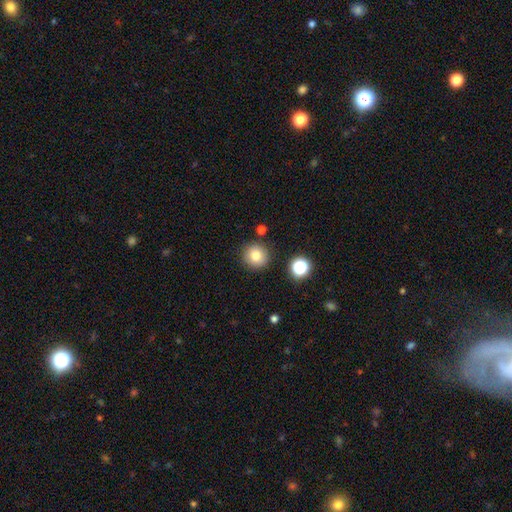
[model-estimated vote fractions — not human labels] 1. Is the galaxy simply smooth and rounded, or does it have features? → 80% smooth, 12% star or artifact, 8% featured or disk.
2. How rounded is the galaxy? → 94% round, 5% in between, 1% cigar-shaped.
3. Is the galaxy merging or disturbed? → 87% none, 7% minor disturbance, 4% merger, 2% major disturbance.